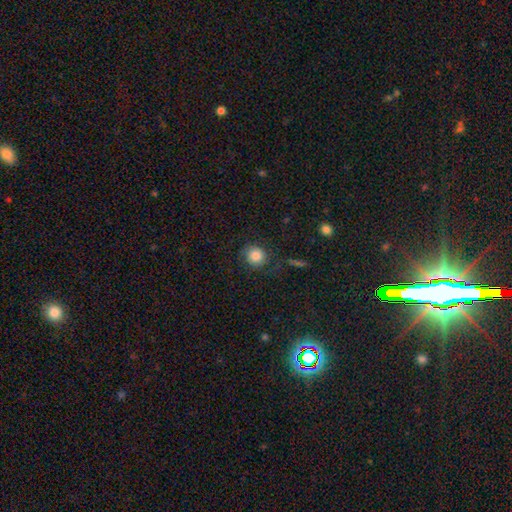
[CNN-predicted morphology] smooth_or_featured: smooth (p=0.80) [alt: featured or disk p=0.11]
how_rounded: round (p=0.89) [alt: in between p=0.10]
merging: none (p=0.76) [alt: minor disturbance p=0.14]